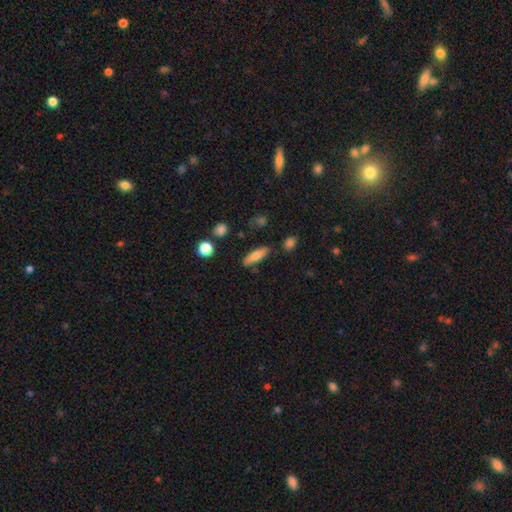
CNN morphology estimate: This is likely a smooth galaxy (74%). How rounded: possibly cigar-shaped (52%). Merging: likely none (78%).